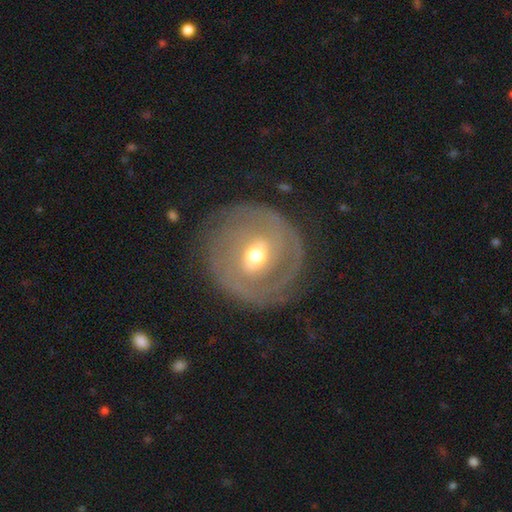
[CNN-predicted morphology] A featured or disk galaxy (75%) with a weak bar (45%), 2 (49%) tight (66%) spiral arms (72%) and a moderate central bulge (62%).

Vote fractions:
- Smooth or featured? featured or disk: 75% / smooth: 19% / star or artifact: 6%
- Edge-on disk? no: 95% / yes: 5%
- Bar? weak: 45% / strong: 28% / no: 27%
- Spiral arms? yes: 72% / no: 28%
- Spiral winding? tight: 66% / medium: 24% / loose: 11%
- Spiral arm count? 2: 49% / can't tell: 29% / 1: 8% / 3: 7% / 4: 3% / more than 4: 3%
- Bulge size? moderate: 62% / small: 31% / large: 5% / dominant: 1% / none: 1%
- Merging? none: 79% / minor disturbance: 13% / major disturbance: 6% / merger: 2%